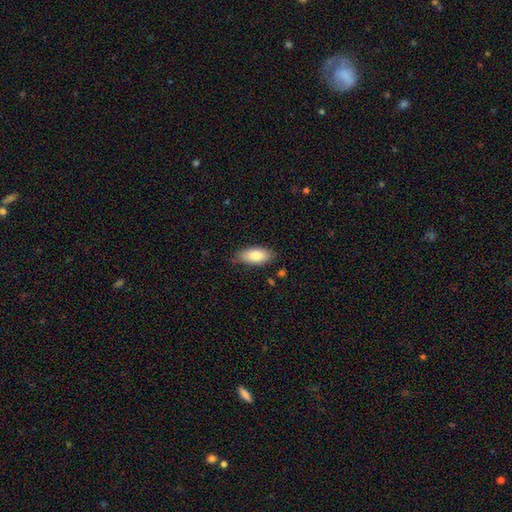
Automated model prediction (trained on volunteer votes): The model was most divided on "merging": none: 79%, minor disturbance: 17%, major disturbance: 3%, merger: 1%. More confident: how rounded — in between (88%); smooth or featured — smooth (81%).